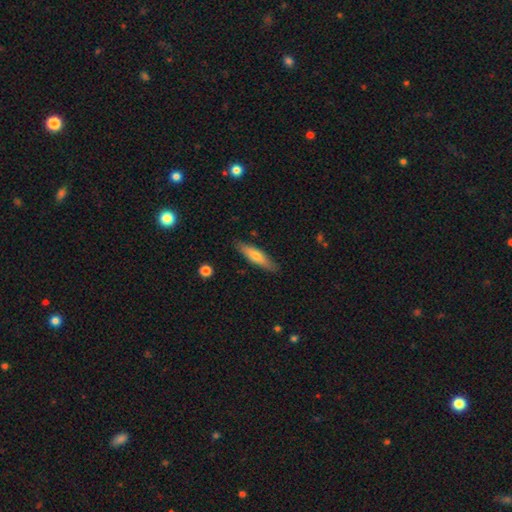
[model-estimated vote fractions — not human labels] smooth 60%, featured or disk 34%, star or artifact 6%. Down the decision tree: how rounded — cigar-shaped (75%); merging — none (88%).